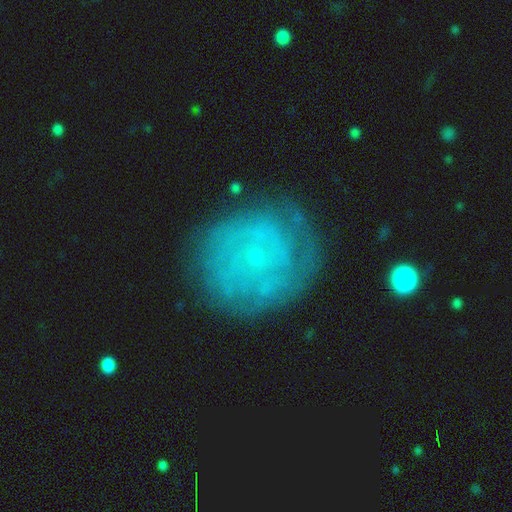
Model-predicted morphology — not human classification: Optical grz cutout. It shows a featured or disk galaxy (70%) with no bar (81%), tight (75%) spiral arms (83%) and a small central bulge (86%). Merging: none (75%).